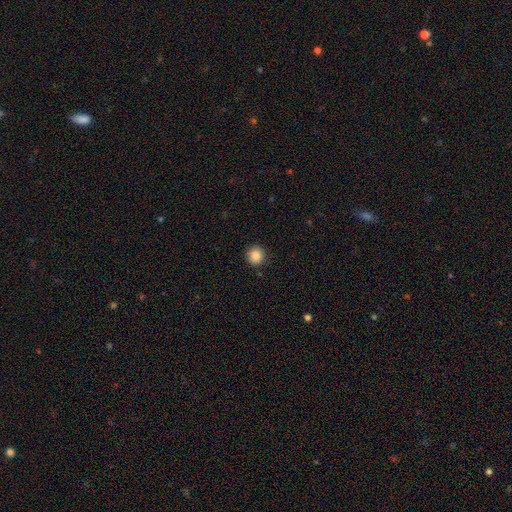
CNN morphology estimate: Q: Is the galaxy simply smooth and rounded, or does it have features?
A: smooth — 86%.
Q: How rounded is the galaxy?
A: round — 93%.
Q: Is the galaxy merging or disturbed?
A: none — 90%.